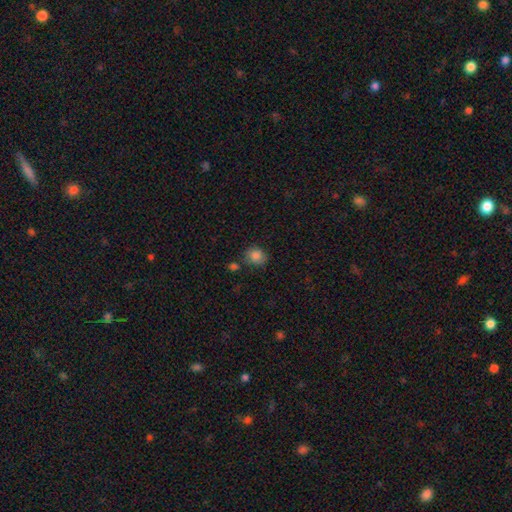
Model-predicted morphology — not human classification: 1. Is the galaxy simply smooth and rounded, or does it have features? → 85% smooth, 10% star or artifact, 6% featured or disk.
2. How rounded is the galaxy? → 72% round, 27% in between, 1% cigar-shaped.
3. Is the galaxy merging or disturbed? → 73% none, 16% minor disturbance, 8% merger, 4% major disturbance.